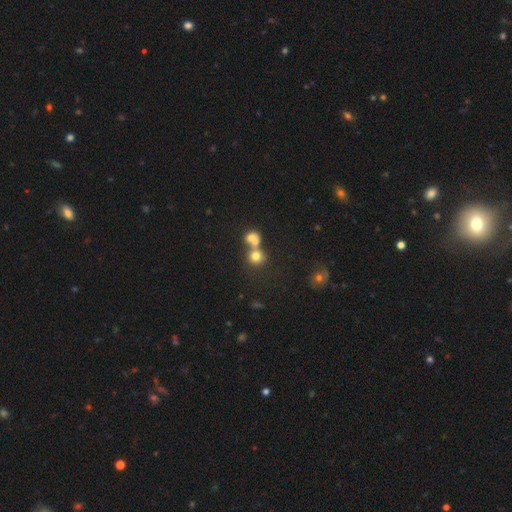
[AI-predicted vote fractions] A smooth galaxy with no disk features (71%) that is round (82%). Merging: merger (52%).